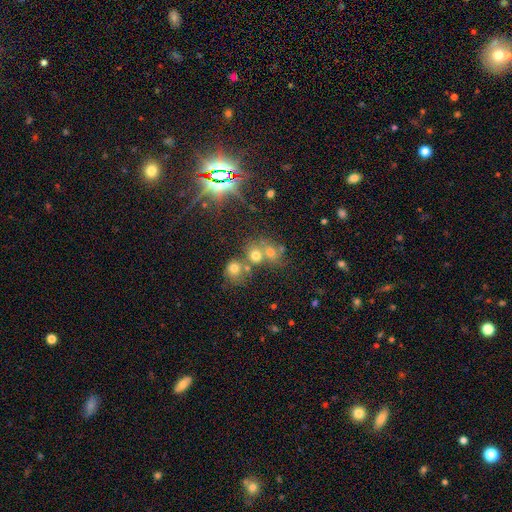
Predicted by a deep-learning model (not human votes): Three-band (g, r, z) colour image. It shows a smooth galaxy with no disk features (62%) that is round (75%). Merging: none (45%).